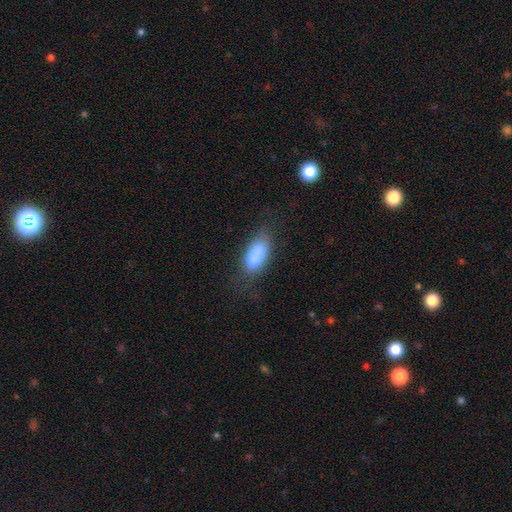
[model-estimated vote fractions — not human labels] smooth-or-featured: smooth: 74% | featured or disk: 17% | star or artifact: 9%
  how-rounded: in between: 83% | cigar-shaped: 12% | round: 4%
  merging: none: 50% | minor disturbance: 23% | merger: 17% | major disturbance: 10%